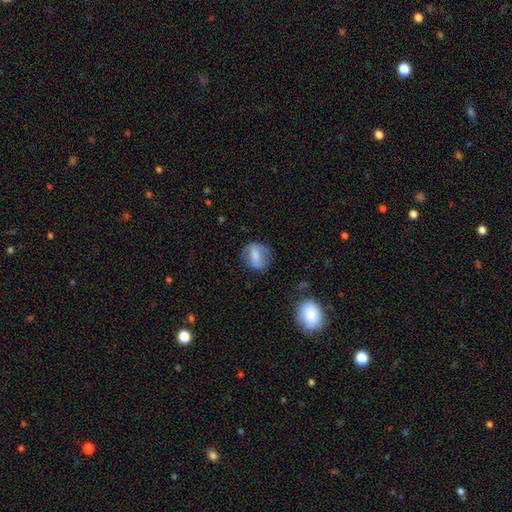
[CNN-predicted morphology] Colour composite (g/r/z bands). It shows a smooth galaxy with no disk features (54%) that is in between round and cigar-shaped (49%). Merging: none (67%).